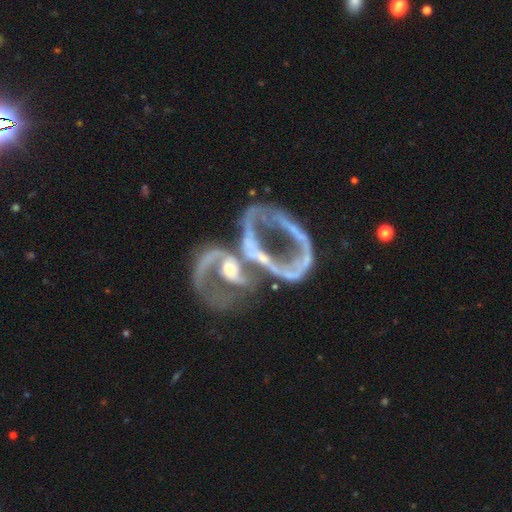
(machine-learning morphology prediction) featured or disk 80%, star or artifact 11%, smooth 9%. Down the decision tree: edge-on disk — no (93%); bar — no (46%); spiral arms — yes (57%); bulge size — small (39%, tied with moderate); merging — merger (54%).